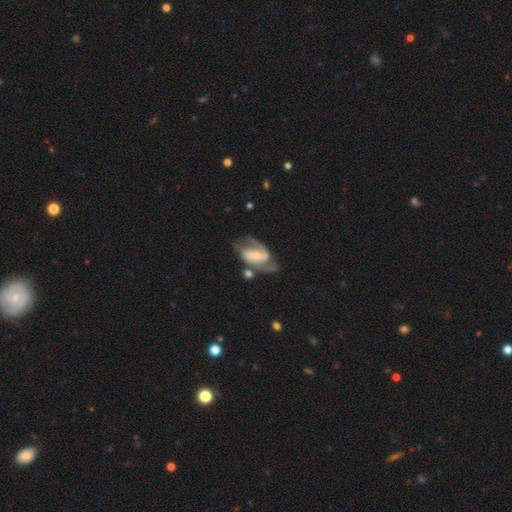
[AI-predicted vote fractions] A featured or disk galaxy (84%) with a weak bar (39%), 2 (85%) medium (54%) spiral arms (94%) and a small central bulge (55%). Merging: none (56%).